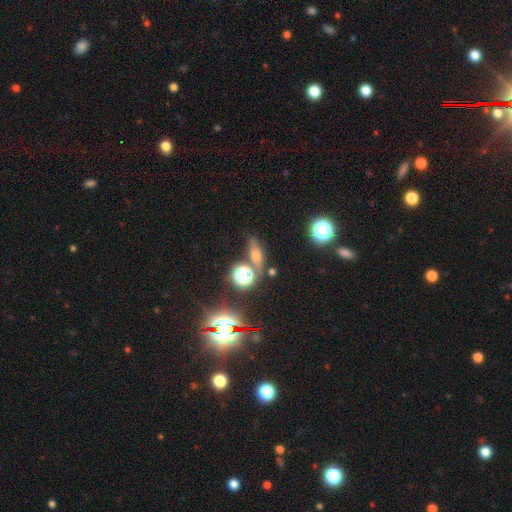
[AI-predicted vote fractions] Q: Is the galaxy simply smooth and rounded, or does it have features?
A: smooth — 43%.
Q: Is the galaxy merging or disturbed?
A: none — 65%.